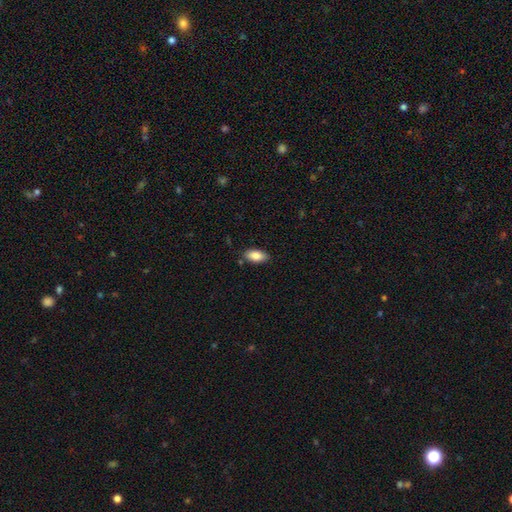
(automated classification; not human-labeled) A smooth galaxy with no disk features (87%) that is in between round and cigar-shaped (91%). Merging: none (82%).